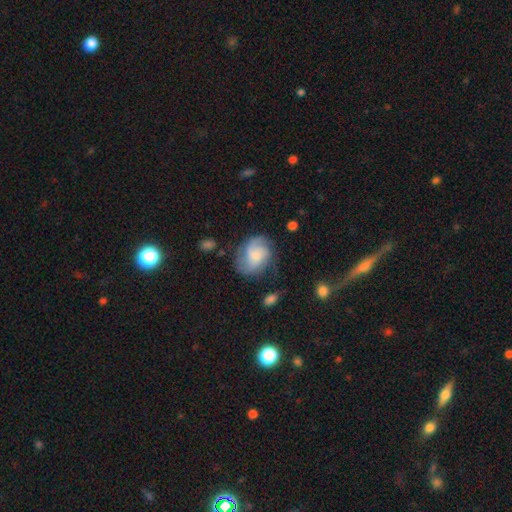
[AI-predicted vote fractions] Smooth or featured?
  - featured or disk: 63% *
  - smooth: 29%
  - star or artifact: 7%
Edge-on disk?
  - no: 98% *
  - yes: 2%
Bar?
  - no: 60% *
  - weak: 35%
  - strong: 5%
Spiral arms?
  - yes: 92% *
  - no: 8%
Spiral winding?
  - medium: 47% *
  - tight: 29%
  - loose: 24%
Spiral arm count?
  - 2: 36% *
  - 3: 29%
  - can't tell: 21%
  - 1: 6%
  - 4: 5%
  - more than 4: 4%
Bulge size?
  - moderate: 38% *
  - small: 36%
  - none: 13%
  - large: 11%
  - dominant: 2%
Merging?
  - none: 62% *
  - minor disturbance: 23%
  - major disturbance: 12%
  - merger: 3%